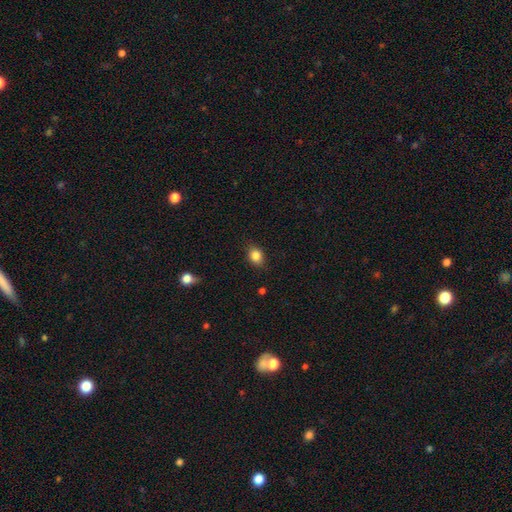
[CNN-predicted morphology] type=smooth (84%); roundness=in between (57%); merging=none (83%).